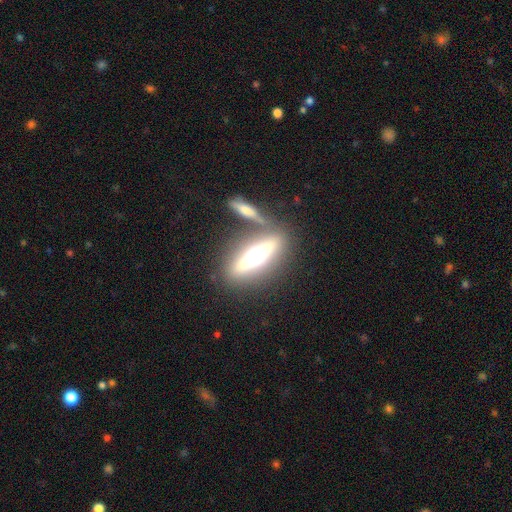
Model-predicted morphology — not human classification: smooth-or-featured: featured or disk: 67% | smooth: 24% | star or artifact: 9%
  disk-edge-on: yes: 90% | no: 10%
    edge-on-bulge: rounded: 92% | boxy: 5% | none: 3%
  merging: none: 67% | merger: 19% | minor disturbance: 9% | major disturbance: 5%